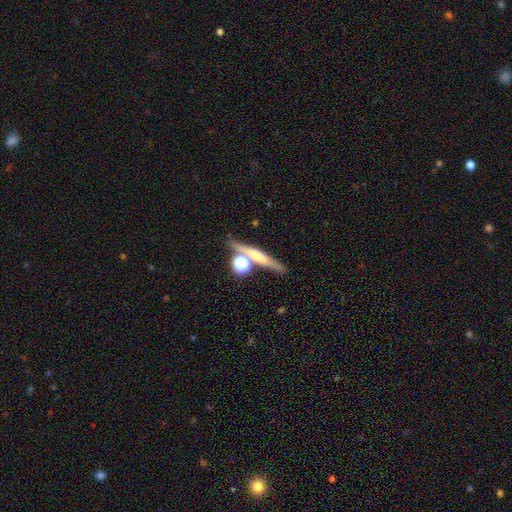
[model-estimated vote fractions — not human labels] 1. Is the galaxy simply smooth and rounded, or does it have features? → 47% smooth, 40% featured or disk, 13% star or artifact.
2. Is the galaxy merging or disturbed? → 71% none, 16% merger, 9% minor disturbance, 3% major disturbance.